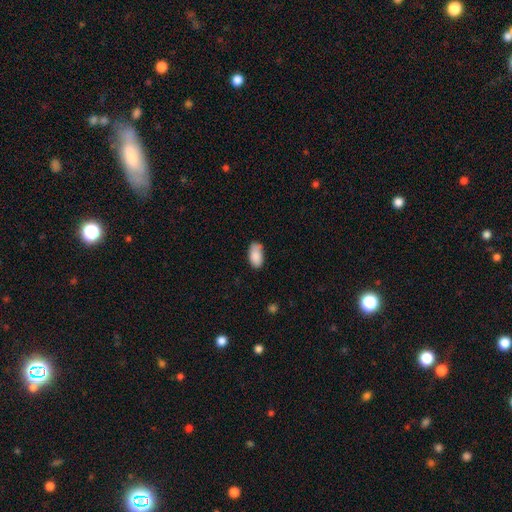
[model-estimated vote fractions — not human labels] Smooth or featured? Predicted: smooth (p=0.87). How rounded? Predicted: in between (p=0.94). Merging? Predicted: none (p=0.65).